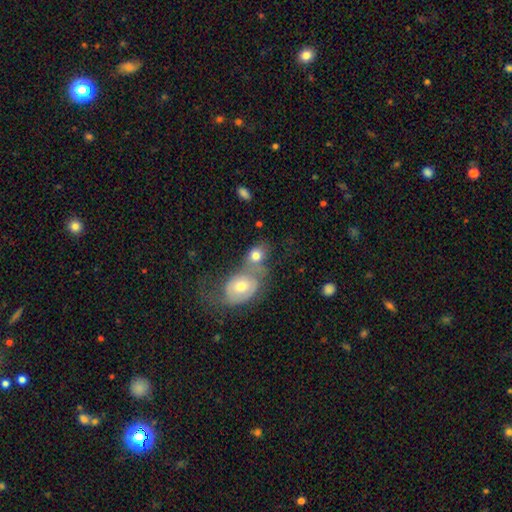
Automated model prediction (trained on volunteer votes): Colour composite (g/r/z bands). It shows a smooth galaxy with no disk features (66%) that is in between round and cigar-shaped (58%). Merging: merger (59%).